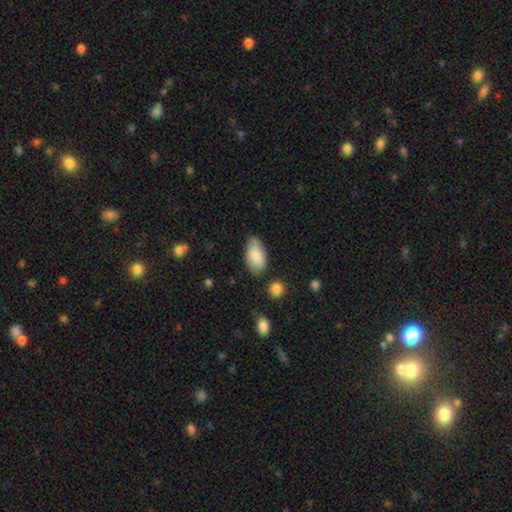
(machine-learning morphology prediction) smooth_or_featured: smooth (p=0.81) [alt: featured or disk p=0.13]
how_rounded: in between (p=0.94) [alt: round p=0.04]
merging: none (p=0.71) [alt: minor disturbance p=0.22]